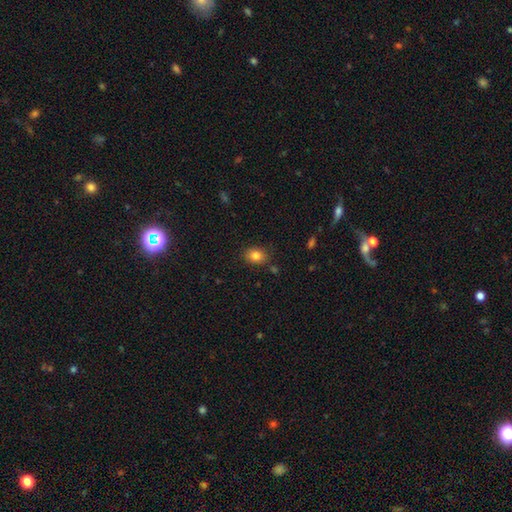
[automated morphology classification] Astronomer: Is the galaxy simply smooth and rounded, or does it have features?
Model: smooth — 83%.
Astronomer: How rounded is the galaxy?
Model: in between — 57% (runner-up: round, 42%).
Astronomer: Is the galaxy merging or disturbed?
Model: none — 82%.